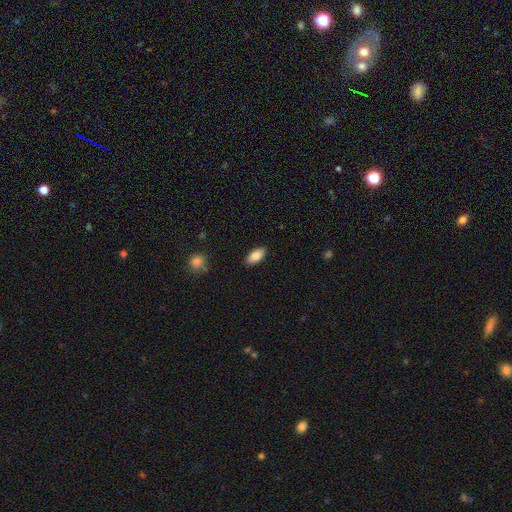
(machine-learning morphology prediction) The model was most divided on "smooth or featured": smooth: 81%, featured or disk: 12%, star or artifact: 7%. More confident: how rounded — in between (89%); merging — none (88%).